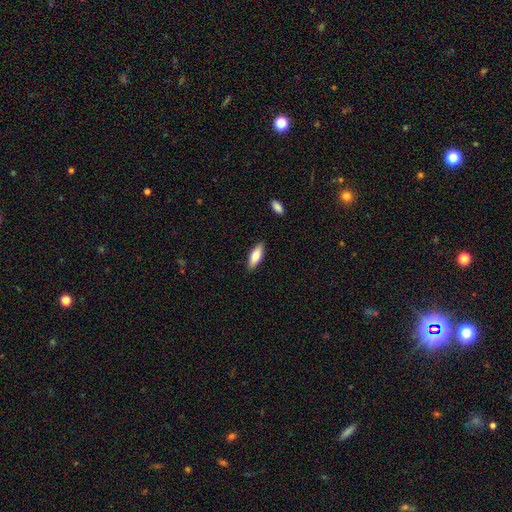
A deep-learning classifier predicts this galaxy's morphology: smooth_or_featured: smooth (p=0.77) [alt: featured or disk p=0.17]
how_rounded: in between (p=0.63) [alt: cigar-shaped p=0.35]
merging: none (p=0.87) [alt: minor disturbance p=0.09]